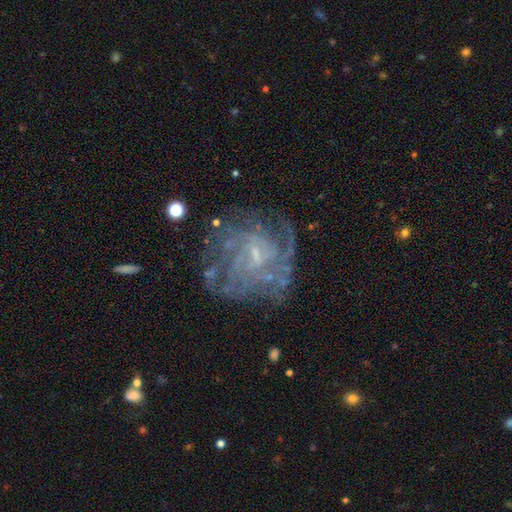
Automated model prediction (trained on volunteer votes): Morphology: type=featured or disk (80%); edge-on=no (98%); bar=weak (46%); spiral arms=yes (83%); winding=tight (53%); arm count=can't tell (48%); bulge=small (63%); merging=none (61%).